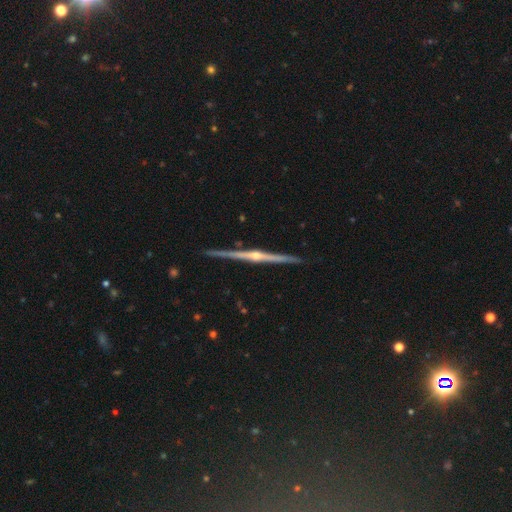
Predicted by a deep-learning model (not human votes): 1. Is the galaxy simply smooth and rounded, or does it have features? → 89% featured or disk, 6% smooth, 4% star or artifact.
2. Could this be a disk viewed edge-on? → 99% yes, 1% no.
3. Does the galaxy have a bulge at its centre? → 89% rounded, 6% none, 5% boxy.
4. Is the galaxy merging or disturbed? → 92% none, 6% minor disturbance, 1% merger, 1% major disturbance.